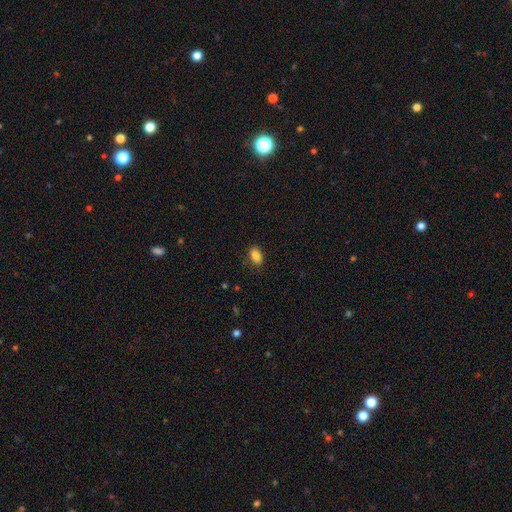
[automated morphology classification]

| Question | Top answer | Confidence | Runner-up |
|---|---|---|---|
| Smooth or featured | smooth | 87% | star or artifact (9%) |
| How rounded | in between | 89% | round (9%) |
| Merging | none | 83% | minor disturbance (13%) |